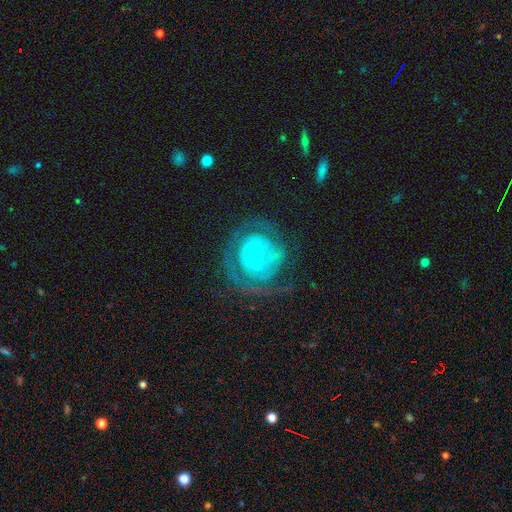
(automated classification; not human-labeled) Q: Smooth or featured?
A: featured or disk (81%); runner-up: smooth (13%)
Q: Edge-on disk?
A: no (97%); runner-up: yes (3%)
Q: Bar?
A: no (71%); runner-up: weak (22%)
Q: Spiral arms?
A: yes (86%); runner-up: no (14%)
Q: Spiral winding?
A: tight (71%); runner-up: medium (21%)
Q: Spiral arm count?
A: can't tell (37%); runner-up: 2 (30%)
Q: Bulge size?
A: small (82%); runner-up: moderate (14%)
Q: Merging?
A: none (61%); runner-up: minor disturbance (19%)